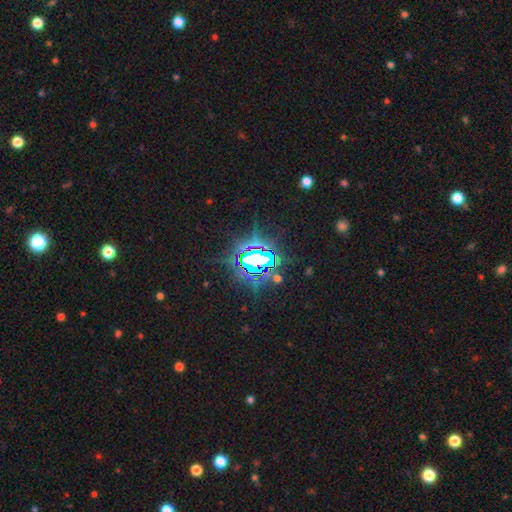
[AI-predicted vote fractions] This appears to be a star or artifact, not a galaxy (81%).